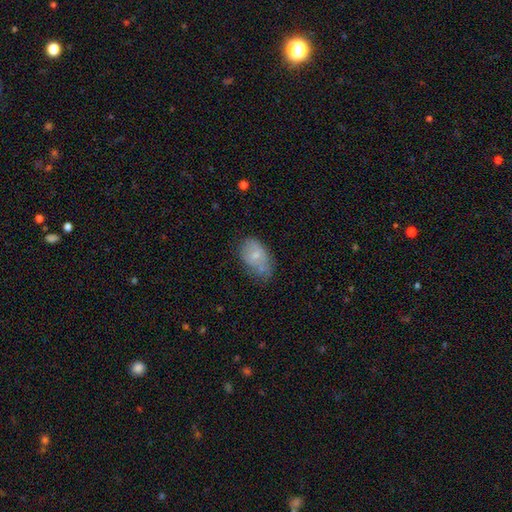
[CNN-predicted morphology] The model was most divided on "merging": none: 43%, minor disturbance: 37%, major disturbance: 13%, merger: 7%. More confident: how rounded — in between (89%); smooth or featured — smooth (67%).